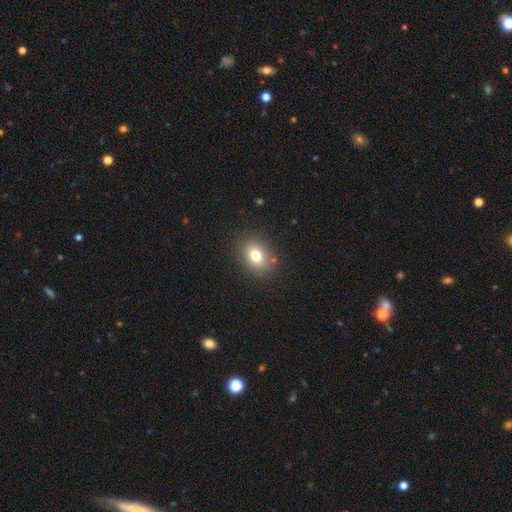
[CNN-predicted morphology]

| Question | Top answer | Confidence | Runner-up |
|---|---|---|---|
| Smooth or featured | smooth | 76% | featured or disk (12%) |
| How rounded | in between | 61% | round (38%) |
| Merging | none | 85% | minor disturbance (10%) |